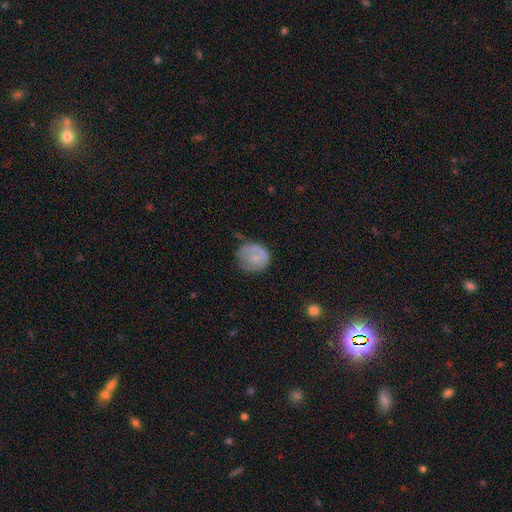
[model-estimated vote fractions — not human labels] Morphology: type=smooth (62%); roundness=round (76%); merging=none (48%).